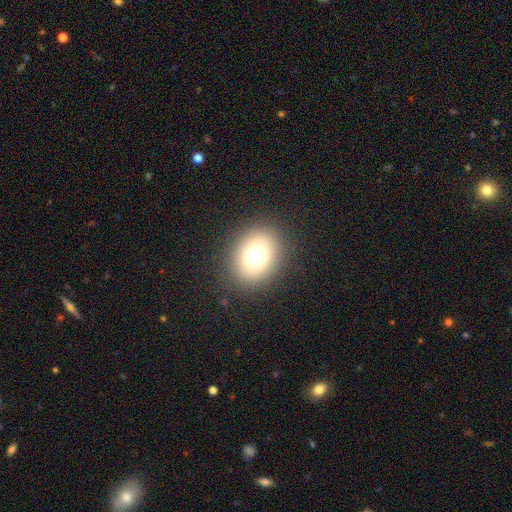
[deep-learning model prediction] Smooth or featured? smooth (69%)
How rounded? round (59%)
Merging? none (86%)